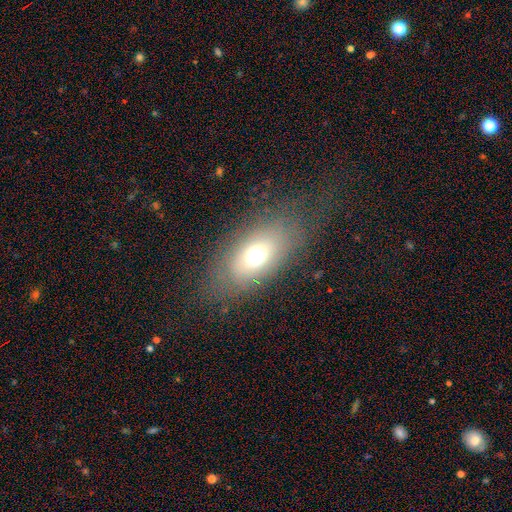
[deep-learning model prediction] smooth 63%, featured or disk 21%, star or artifact 16%. Down the decision tree: how rounded — in between (80%); merging — none (76%).